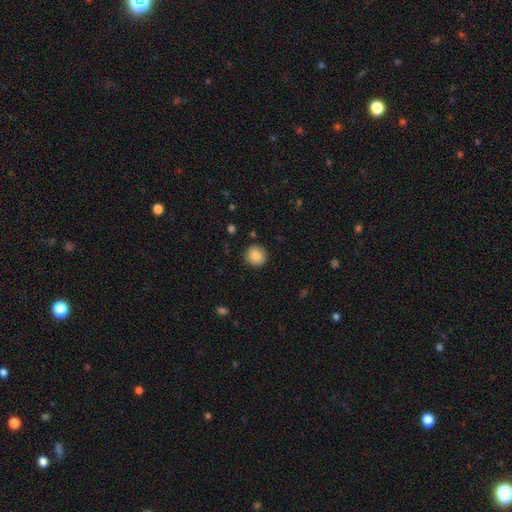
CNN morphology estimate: smooth 87%, star or artifact 8%, featured or disk 4%. Down the decision tree: how rounded — round (90%); merging — none (90%).